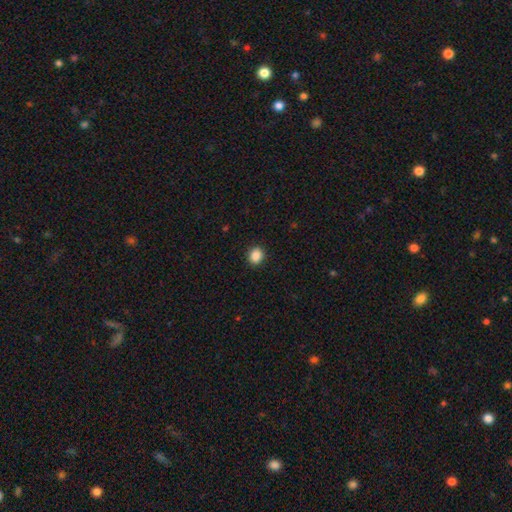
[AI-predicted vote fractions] This is clearly a smooth galaxy (88%). How rounded: likely round (67%). Merging: clearly none (91%).